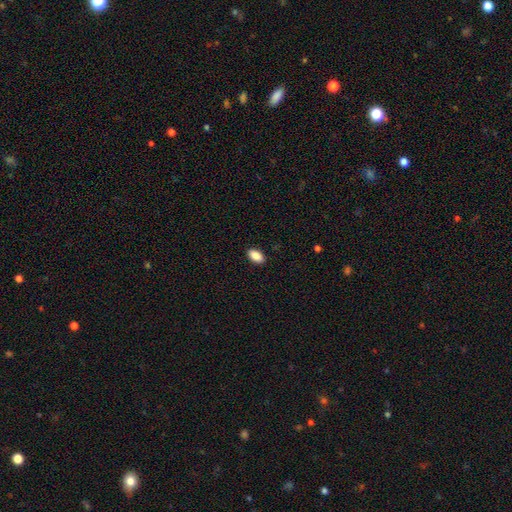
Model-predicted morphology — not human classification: A smooth galaxy with no disk features (89%) that is in between round and cigar-shaped (93%).

Vote fractions:
- Smooth or featured? smooth: 89% / star or artifact: 7% / featured or disk: 4%
- How rounded? in between: 93% / round: 4% / cigar-shaped: 3%
- Merging? none: 90% / minor disturbance: 7% / major disturbance: 2% / merger: 1%